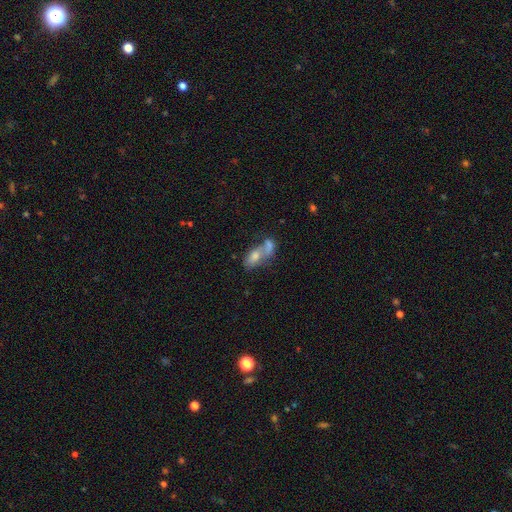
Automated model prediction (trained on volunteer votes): This appears to be a smooth galaxy with no disk features (62%) that is in between round and cigar-shaped (78%). Merging: merger (62%).